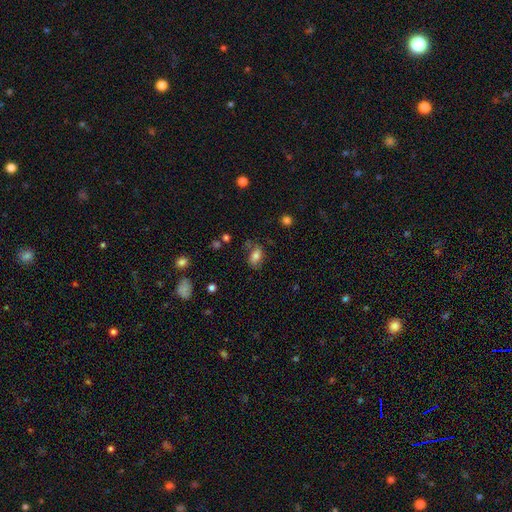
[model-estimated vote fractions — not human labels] Smooth or featured? smooth (72%)
How rounded? in between (86%)
Merging? none (62%)